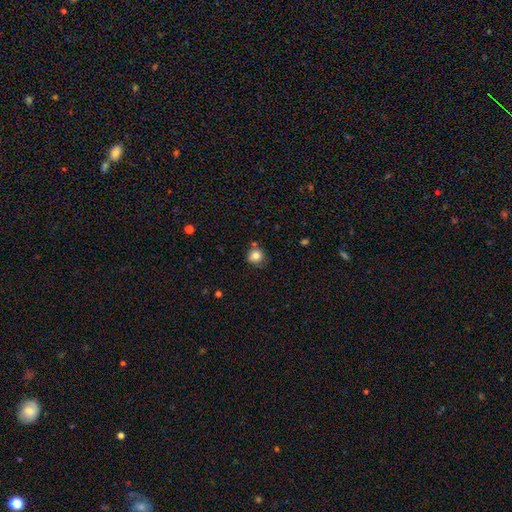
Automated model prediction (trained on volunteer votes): This appears to be a smooth galaxy with no disk features (80%) that is round (89%). Merging: none (72%).